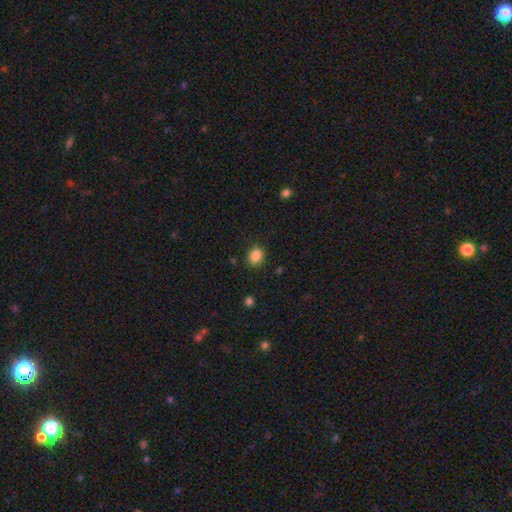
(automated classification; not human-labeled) This is clearly a smooth galaxy (87%). How rounded: possibly round (55%). Merging: clearly none (86%).